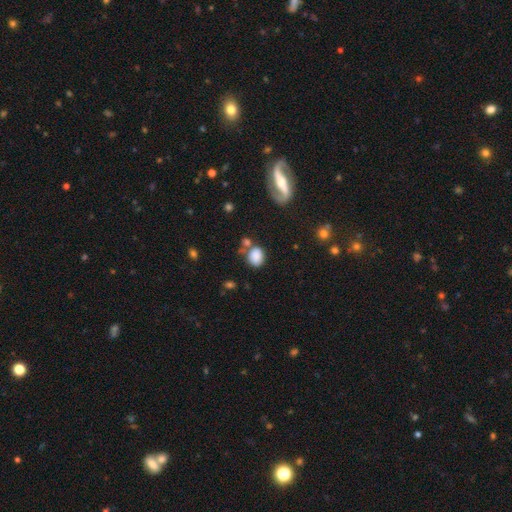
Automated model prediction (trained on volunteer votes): Smooth or featured?
  - smooth: 82% *
  - star or artifact: 10%
  - featured or disk: 8%
How rounded?
  - in between: 54% *
  - round: 44%
  - cigar-shaped: 1%
Merging?
  - none: 55% *
  - merger: 19%
  - minor disturbance: 18%
  - major disturbance: 9%